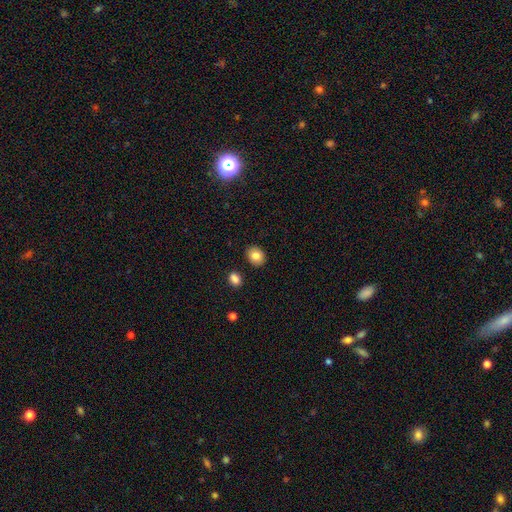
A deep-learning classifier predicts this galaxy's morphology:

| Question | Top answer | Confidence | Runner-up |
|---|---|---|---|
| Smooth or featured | smooth | 85% | star or artifact (9%) |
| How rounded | round | 51% | in between (48%) |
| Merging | none | 88% | minor disturbance (8%) |